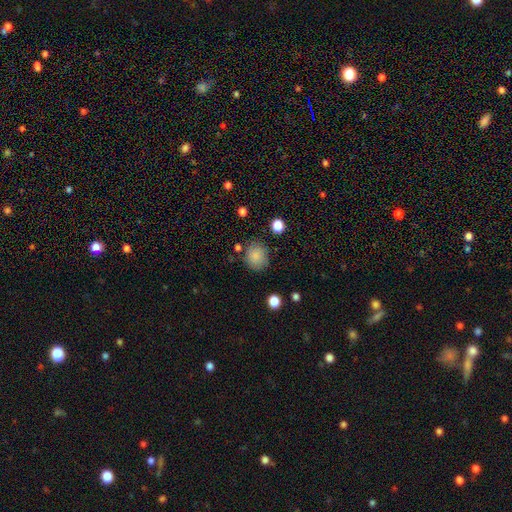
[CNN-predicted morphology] Smooth or featured: smooth — 85% (star or artifact — 10%)
How rounded: round — 77% (in between — 22%)
Merging: none — 80% (minor disturbance — 13%)